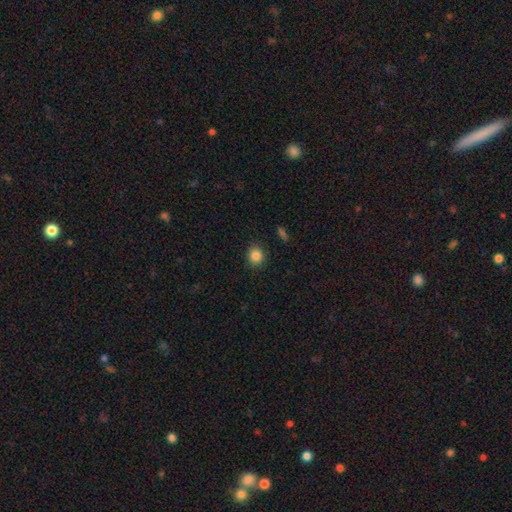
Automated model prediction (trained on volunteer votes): This is clearly a smooth galaxy (86%). How rounded: clearly round (82%). Merging: clearly none (89%).